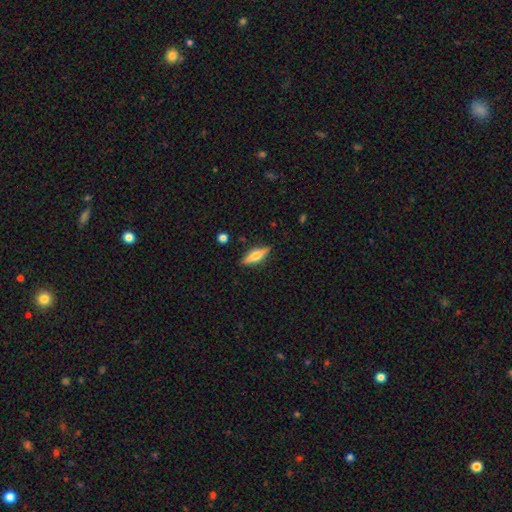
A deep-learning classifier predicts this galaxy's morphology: The model was most divided on "smooth or featured": featured or disk: 62%, smooth: 32%, star or artifact: 6%. More confident: edge-on disk — yes (96%); edge-on bulge — rounded (91%); merging — none (88%).